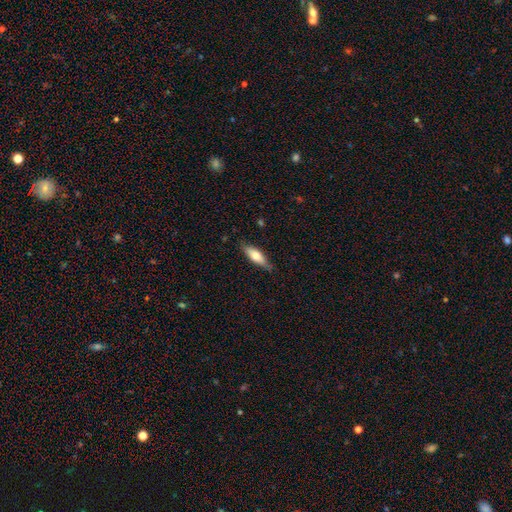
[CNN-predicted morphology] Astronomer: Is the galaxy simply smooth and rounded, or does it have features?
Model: smooth — 63%.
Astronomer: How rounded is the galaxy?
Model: cigar-shaped — 53% (runner-up: in between, 45%).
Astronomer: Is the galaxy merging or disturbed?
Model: none — 82%.